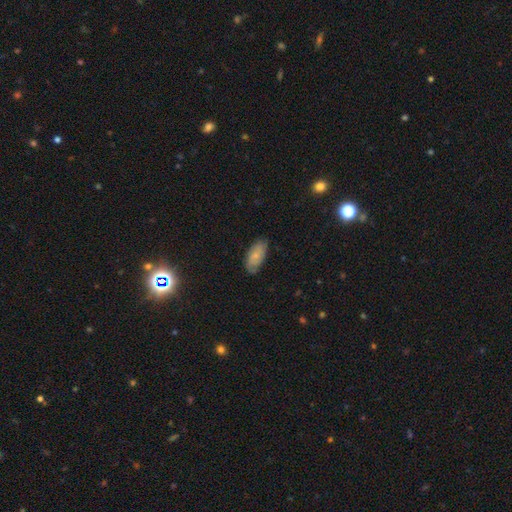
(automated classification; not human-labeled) Smooth or featured: smooth — 70% (featured or disk — 23%)
How rounded: in between — 92% (cigar-shaped — 6%)
Merging: none — 73% (minor disturbance — 22%)